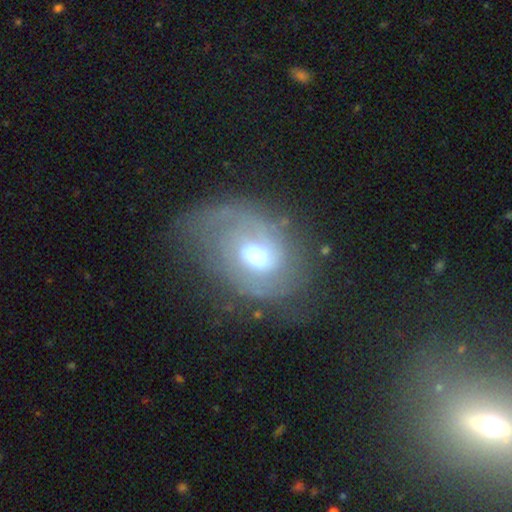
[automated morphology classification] type=featured or disk (70%); edge-on=no (96%); bar=no (58%); spiral arms=yes (80%); winding=tight (44%); arm count=2 (48%); bulge=moderate (65%); merging=none (56%).